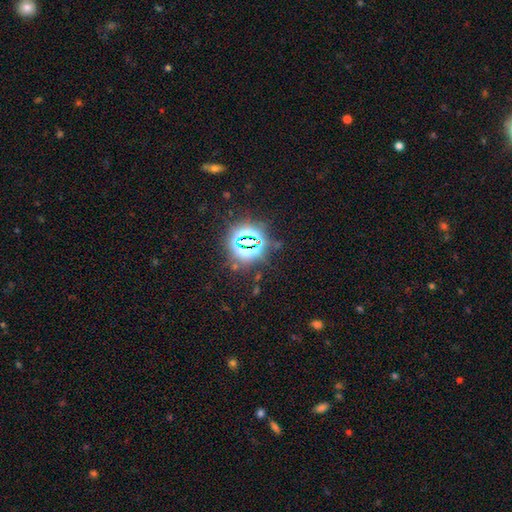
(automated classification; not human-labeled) Smooth or featured? Predicted: star or artifact (p=0.84).